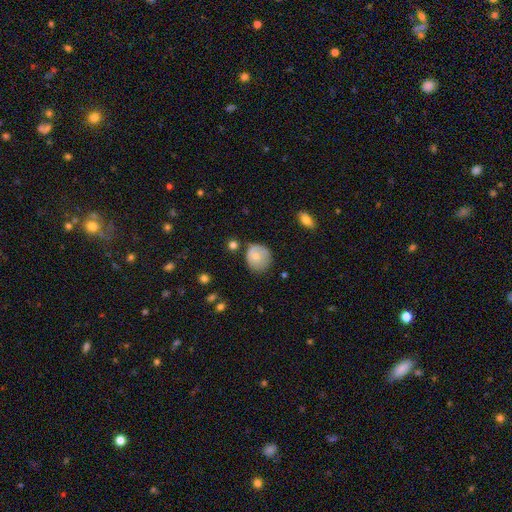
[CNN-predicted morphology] smooth_or_featured: smooth (p=0.66) [alt: featured or disk p=0.26]
how_rounded: round (p=0.80) [alt: in between p=0.19]
merging: none (p=0.59) [alt: minor disturbance p=0.29]